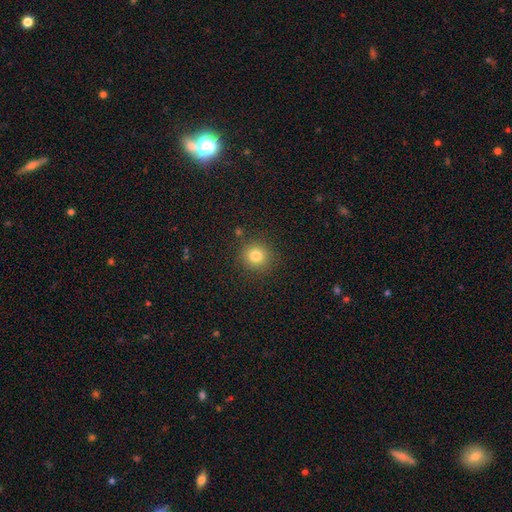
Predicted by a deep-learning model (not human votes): The model was most divided on "smooth or featured": smooth: 80%, star or artifact: 13%, featured or disk: 7%. More confident: how rounded — round (92%); merging — none (88%).